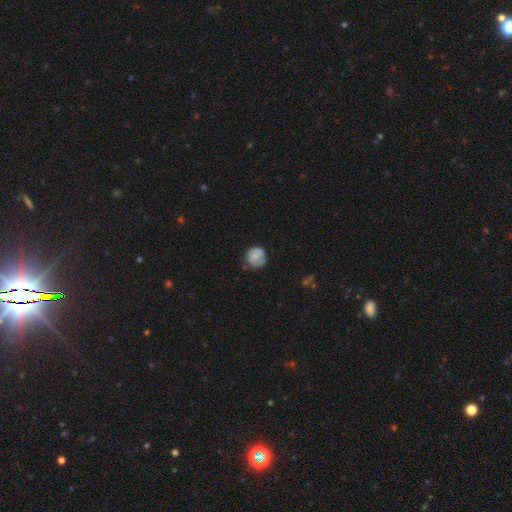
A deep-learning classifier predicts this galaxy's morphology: Smooth or featured: smooth — 71% (featured or disk — 21%)
How rounded: round — 88% (in between — 11%)
Merging: none — 66% (minor disturbance — 26%)